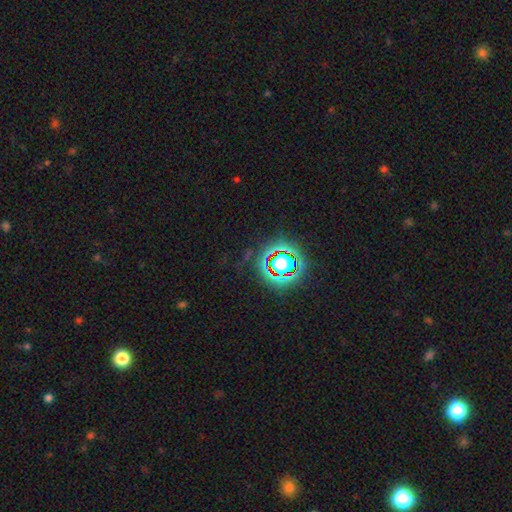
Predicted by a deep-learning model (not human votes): Smooth or featured: star or artifact — 80% (smooth — 12%)